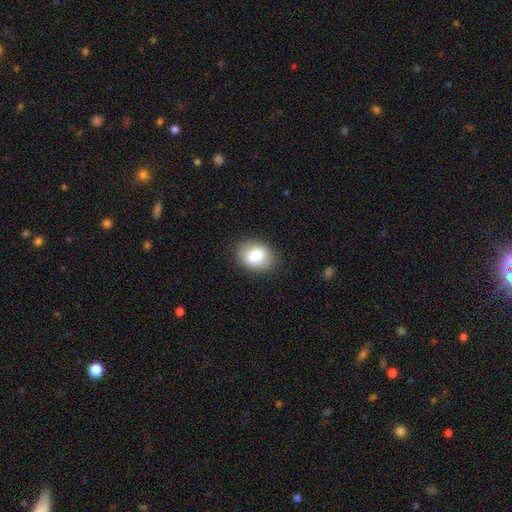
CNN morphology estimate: Q: Smooth or featured?
A: smooth (81%); runner-up: featured or disk (12%)
Q: How rounded?
A: in between (68%); runner-up: round (31%)
Q: Merging?
A: none (87%); runner-up: minor disturbance (10%)